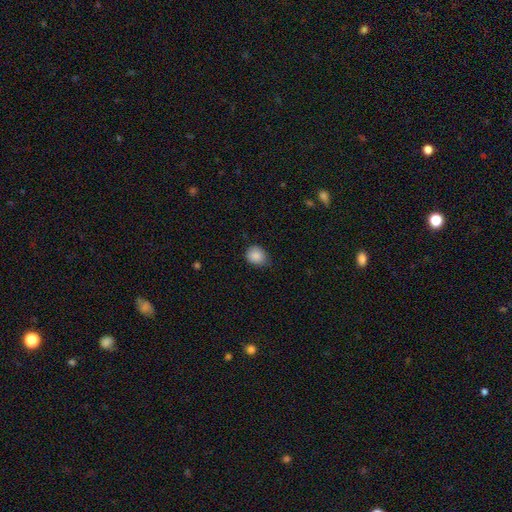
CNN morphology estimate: This is clearly a smooth galaxy (87%). How rounded: likely round (65%). Merging: likely none (64%).